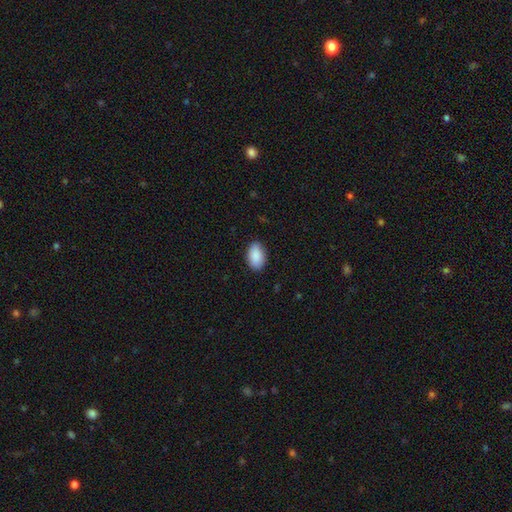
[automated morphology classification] The model was most divided on "merging": none: 87%, minor disturbance: 10%, major disturbance: 2%, merger: 1%. More confident: how rounded — in between (92%); smooth or featured — smooth (90%).